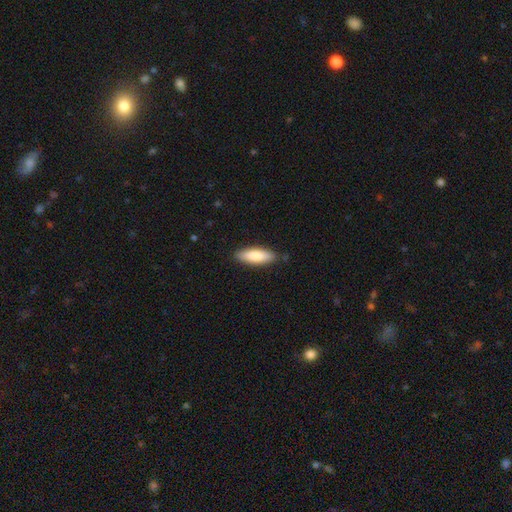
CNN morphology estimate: smooth_or_featured: smooth (p=0.82) [alt: featured or disk p=0.12]
how_rounded: in between (p=0.55) [alt: cigar-shaped p=0.43]
merging: none (p=0.86) [alt: minor disturbance p=0.11]